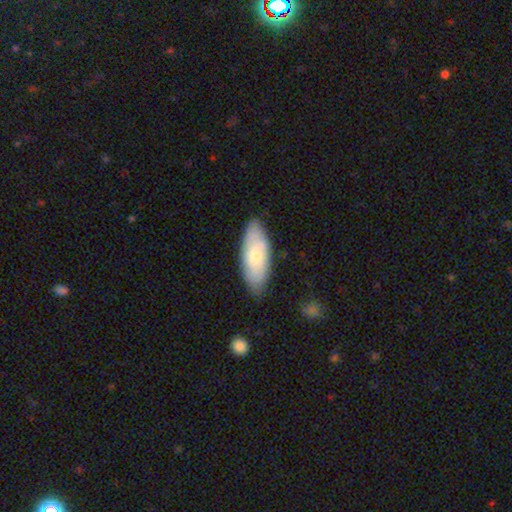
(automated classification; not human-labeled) Overall: smooth (71%). How rounded: in between (79%). Merging: none (80%).